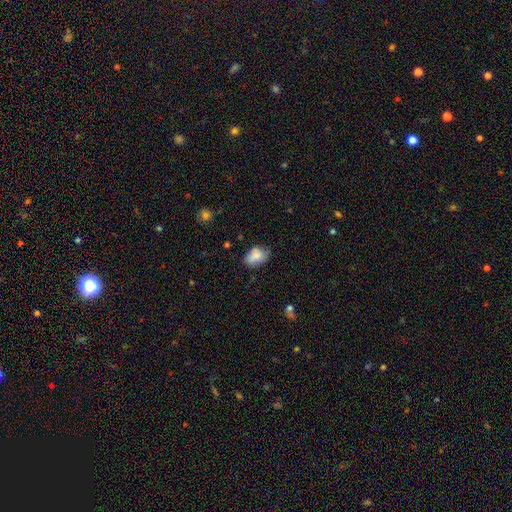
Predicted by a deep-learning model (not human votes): Morphology: type=smooth (82%); roundness=in between (82%); merging=none (63%).